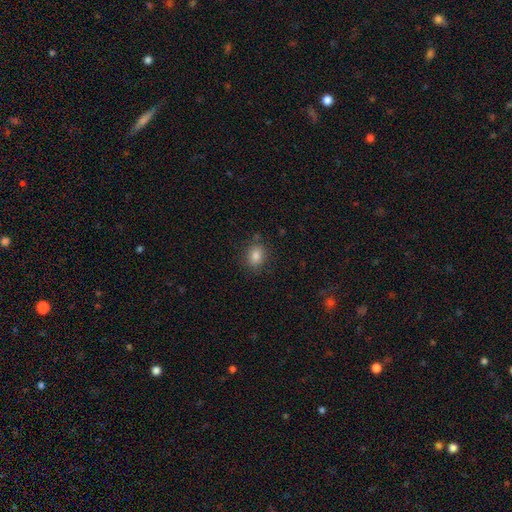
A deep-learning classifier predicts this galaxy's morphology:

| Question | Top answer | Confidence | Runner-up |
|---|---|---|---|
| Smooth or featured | smooth | 83% | star or artifact (11%) |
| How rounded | in between | 52% | round (47%) |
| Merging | none | 83% | minor disturbance (11%) |